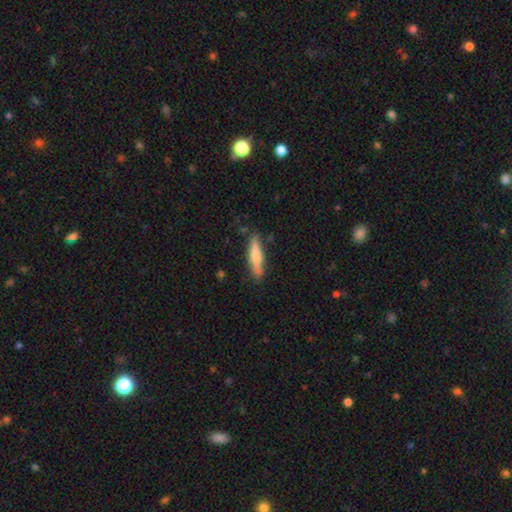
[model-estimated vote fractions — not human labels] smooth_or_featured: smooth (p=0.68) [alt: featured or disk p=0.26]
how_rounded: cigar-shaped (p=0.82) [alt: in between p=0.17]
merging: none (p=0.81) [alt: minor disturbance p=0.15]